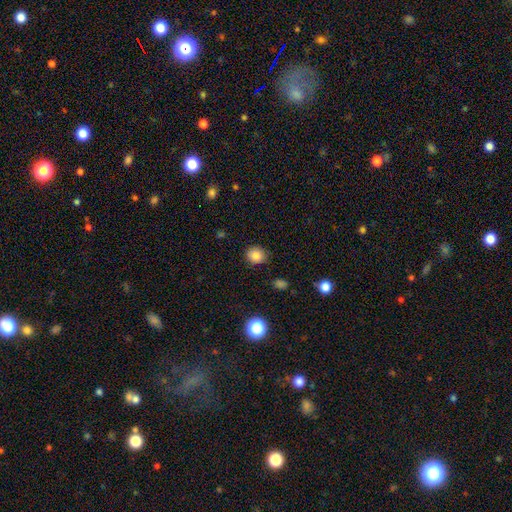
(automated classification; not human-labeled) The model was most divided on "how rounded": round: 78%, in between: 21%, cigar-shaped: 1%. More confident: merging — none (86%); smooth or featured — smooth (84%).